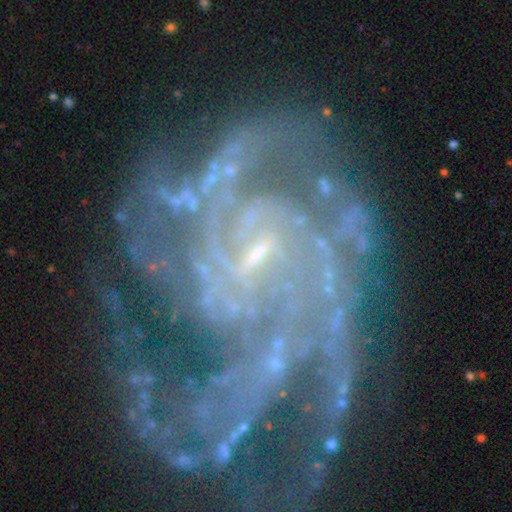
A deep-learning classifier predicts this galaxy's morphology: Overall: featured or disk (89%). Edge-on disk: no (98%). Bar: weak (45%; no 38%). Spiral arms: yes (96%). Spiral arm count: 2 (28%; can't tell 20%). Spiral winding: medium (42%, tied with tight). Bulge size: small (73%). Merging: none (47%; major disturbance 28%).